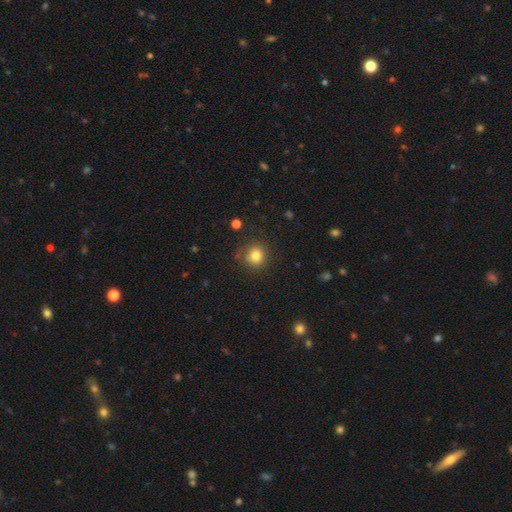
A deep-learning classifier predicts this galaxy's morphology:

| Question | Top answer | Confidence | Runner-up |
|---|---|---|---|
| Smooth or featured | smooth | 81% | star or artifact (12%) |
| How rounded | round | 90% | in between (9%) |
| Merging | none | 79% | minor disturbance (14%) |